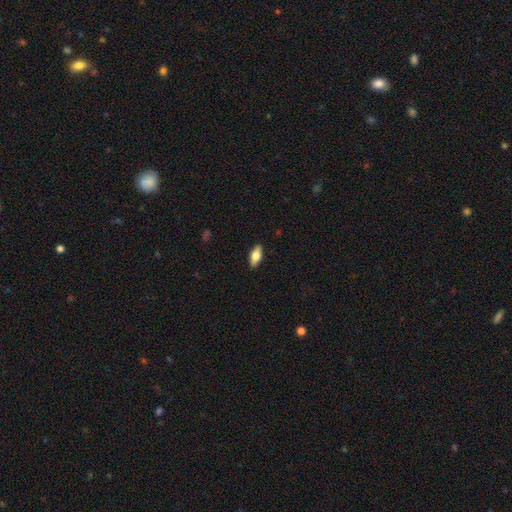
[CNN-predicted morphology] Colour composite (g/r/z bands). It shows a smooth galaxy with no disk features (70%) that is in between round and cigar-shaped (82%). Merging: none (89%).